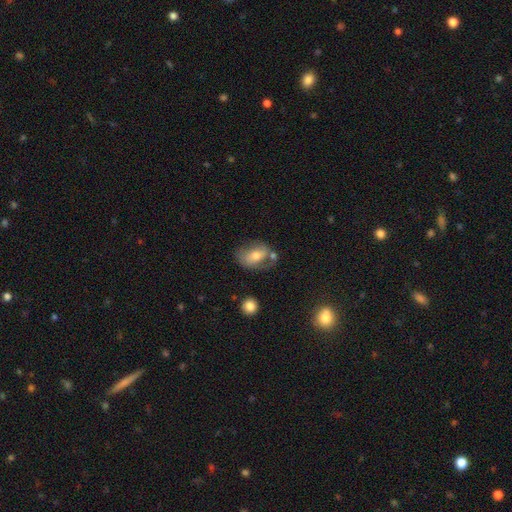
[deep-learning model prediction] The model was most divided on "smooth or featured": smooth: 50%, featured or disk: 42%, star or artifact: 8%. Remaining: merging — none (42%).